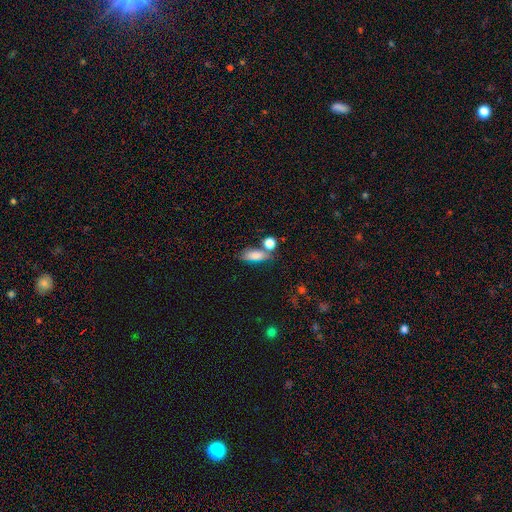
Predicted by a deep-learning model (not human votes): Smooth or featured? Predicted: smooth (p=0.80). How rounded? Predicted: in between (p=0.76). Merging? Predicted: none (p=0.57).